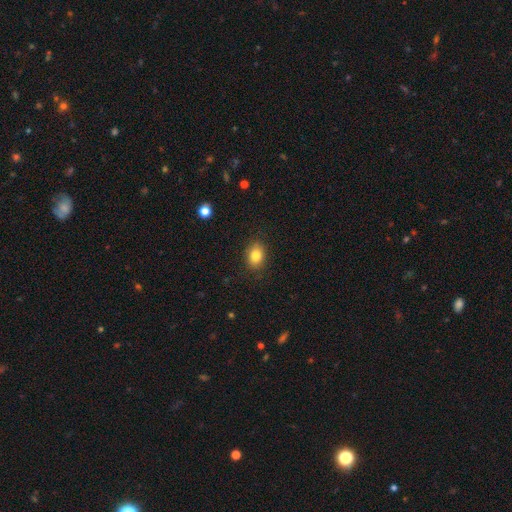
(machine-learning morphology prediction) Smooth or featured: smooth — 83% (star or artifact — 9%)
How rounded: in between — 66% (round — 33%)
Merging: none — 86% (minor disturbance — 10%)